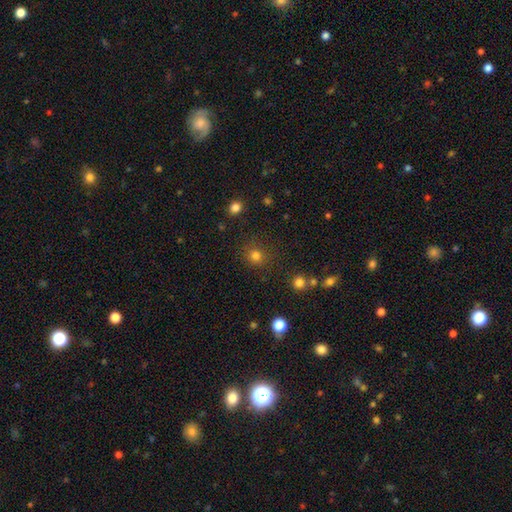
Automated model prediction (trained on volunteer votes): This is likely a smooth galaxy (79%). How rounded: clearly round (89%). Merging: clearly none (85%).